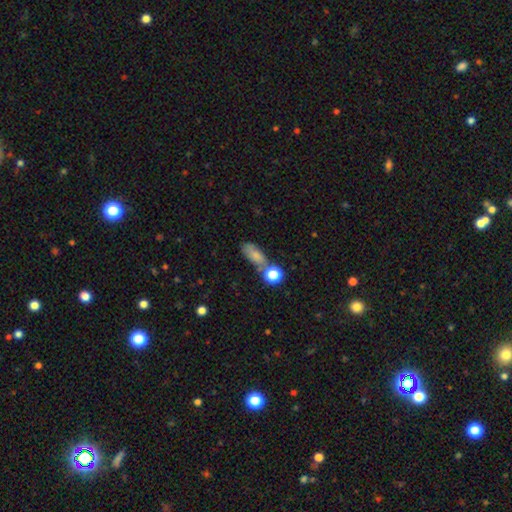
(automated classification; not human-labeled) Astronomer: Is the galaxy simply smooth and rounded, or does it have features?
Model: smooth — 77%.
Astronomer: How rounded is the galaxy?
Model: in between — 70%.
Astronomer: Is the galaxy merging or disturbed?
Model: none — 53%.